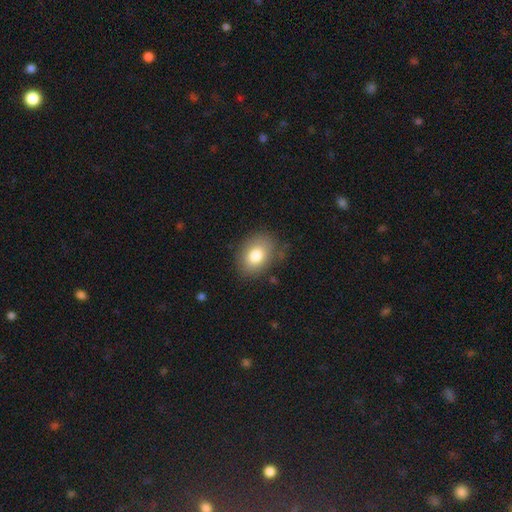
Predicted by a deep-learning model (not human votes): Smooth or featured? smooth (80%)
How rounded? in between (71%)
Merging? none (79%)